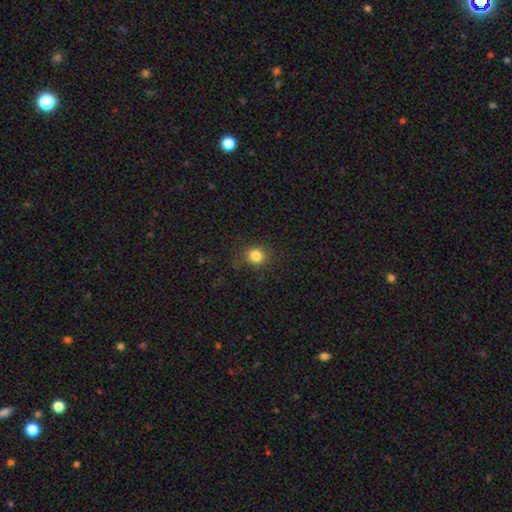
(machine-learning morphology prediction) A smooth galaxy with no disk features (83%) that is round (85%). Merging: none (84%).